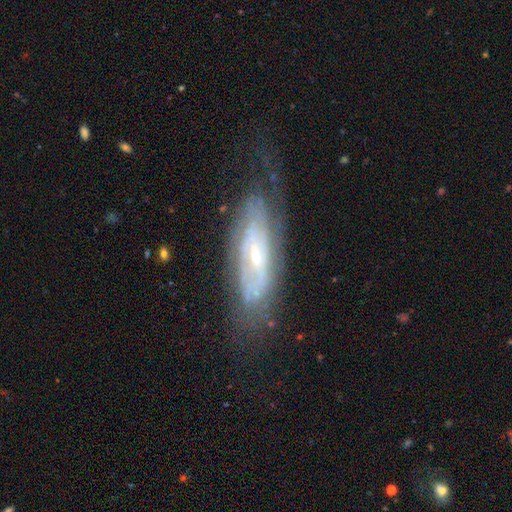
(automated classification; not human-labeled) smooth_or_featured: featured or disk (p=0.77) [alt: smooth p=0.16]
disk_edge_on: no (p=0.76) [alt: yes p=0.24]
bar: no (p=0.46) [alt: weak p=0.38]
has_spiral_arms: yes (p=0.82) [alt: no p=0.18]
bulge_size: small (p=0.64) [alt: moderate p=0.30]
merging: none (p=0.62) [alt: minor disturbance p=0.23]